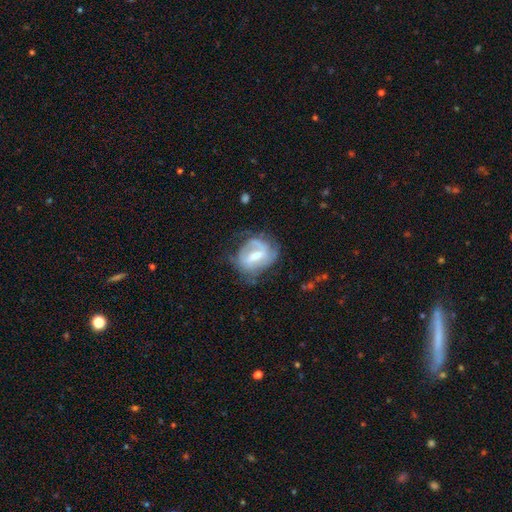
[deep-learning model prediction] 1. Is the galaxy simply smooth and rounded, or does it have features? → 65% featured or disk, 28% smooth, 7% star or artifact.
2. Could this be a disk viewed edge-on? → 96% no, 4% yes.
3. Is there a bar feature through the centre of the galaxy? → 48% weak, 37% strong, 15% no.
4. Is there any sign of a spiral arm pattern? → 68% yes, 32% no.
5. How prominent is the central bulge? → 55% moderate, 28% small, 9% large, 7% none, 1% dominant.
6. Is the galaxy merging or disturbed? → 48% none, 29% minor disturbance, 21% major disturbance, 3% merger.